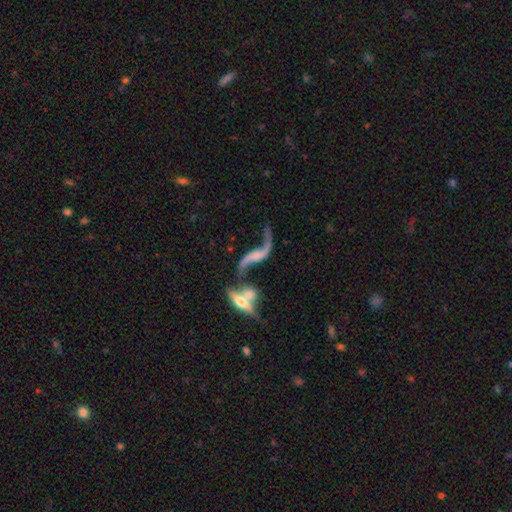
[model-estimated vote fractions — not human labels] smooth_or_featured: featured or disk (p=0.85) [alt: smooth p=0.09]
disk_edge_on: no (p=0.87) [alt: yes p=0.13]
bar: no (p=0.53) [alt: weak p=0.34]
has_spiral_arms: yes (p=0.91) [alt: no p=0.09]
spiral_winding: loose (p=0.95) [alt: medium p=0.04]
spiral_arm_count: 2 (p=0.91) [alt: 1 p=0.05]
bulge_size: none (p=0.42) [alt: small p=0.32]
merging: none (p=0.39) [alt: merger p=0.35]